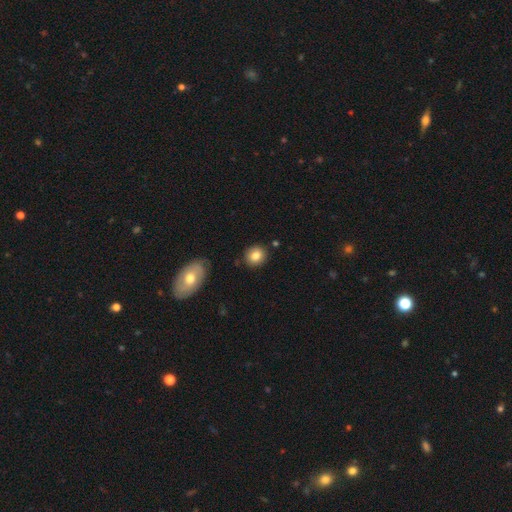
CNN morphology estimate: Smooth or featured: smooth — 83% (star or artifact — 9%)
How rounded: round — 80% (in between — 19%)
Merging: none — 86% (minor disturbance — 9%)